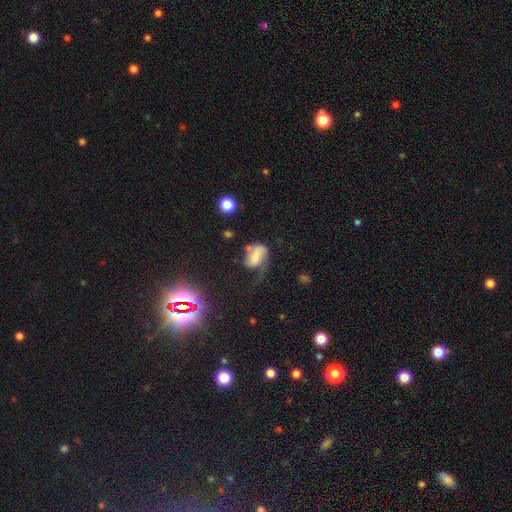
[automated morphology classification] The model was most divided on "merging": major disturbance: 45%, none: 24%, minor disturbance: 23%, merger: 7%. More confident: how rounded — in between (82%); smooth or featured — smooth (58%).